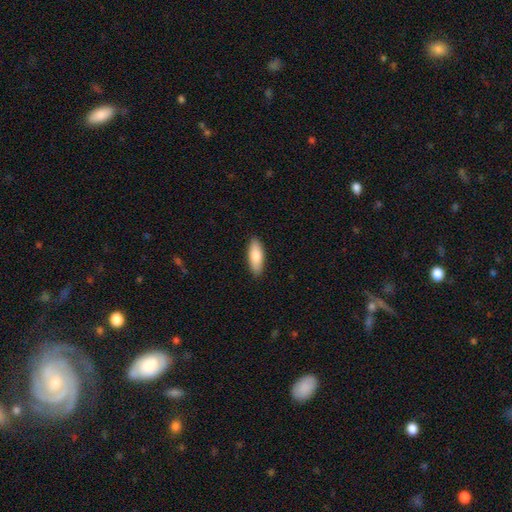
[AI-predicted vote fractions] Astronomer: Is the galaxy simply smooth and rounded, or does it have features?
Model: smooth — 81%.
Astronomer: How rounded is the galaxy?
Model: in between — 68%.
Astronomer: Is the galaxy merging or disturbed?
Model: none — 89%.